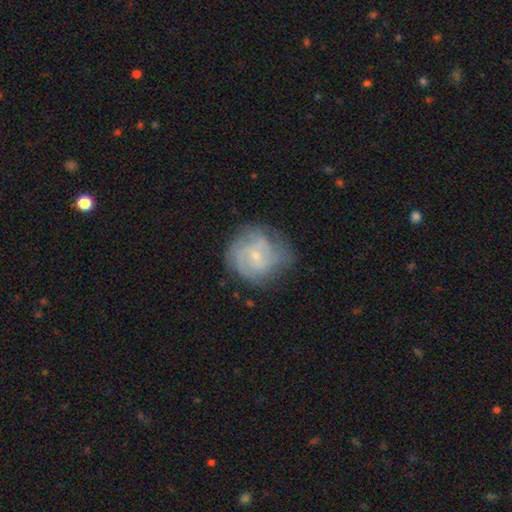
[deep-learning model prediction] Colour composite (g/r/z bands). It shows a featured or disk galaxy (68%) with no bar (64%), tight (54%) spiral arms (86%) and a small central bulge (74%). Merging: none (65%).